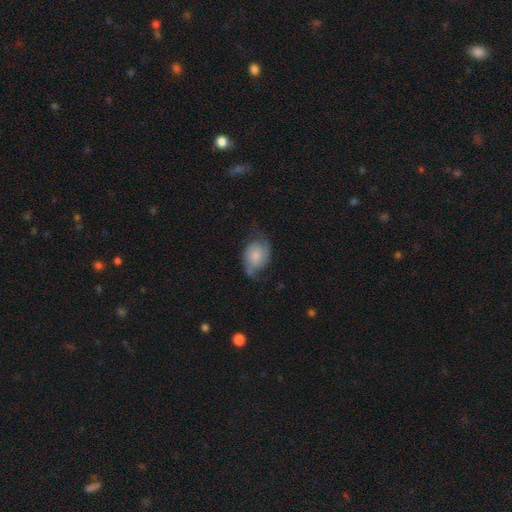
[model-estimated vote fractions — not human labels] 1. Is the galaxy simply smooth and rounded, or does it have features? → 55% smooth, 37% featured or disk, 8% star or artifact.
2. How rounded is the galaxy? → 70% in between, 29% round, 1% cigar-shaped.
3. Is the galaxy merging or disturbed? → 47% none, 34% minor disturbance, 17% major disturbance, 2% merger.